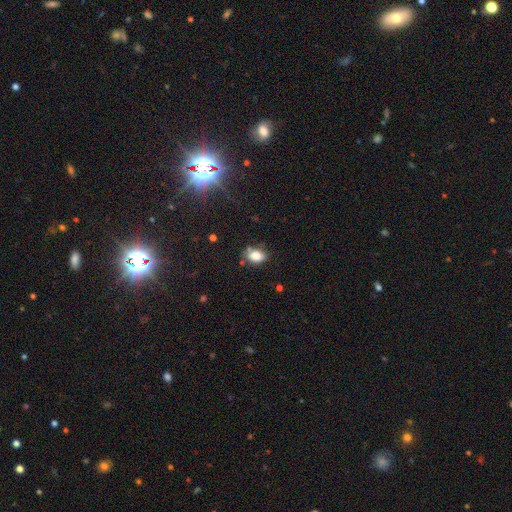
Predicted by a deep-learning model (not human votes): Smooth or featured?
  - smooth: 80% *
  - star or artifact: 10%
  - featured or disk: 10%
How rounded?
  - in between: 79% *
  - round: 19%
  - cigar-shaped: 2%
Merging?
  - none: 70% *
  - minor disturbance: 21%
  - major disturbance: 5%
  - merger: 4%